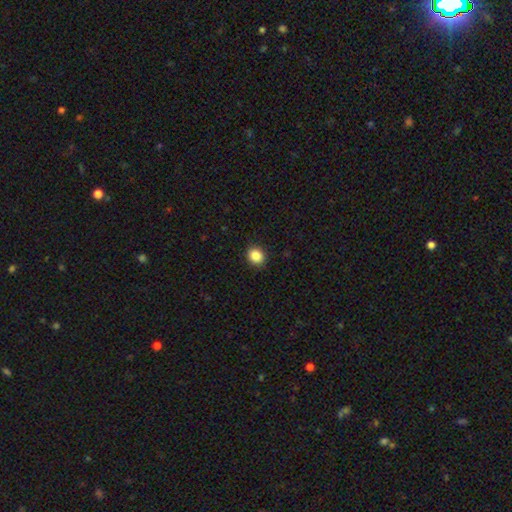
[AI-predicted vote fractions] Morphology: type=smooth (87%); roundness=round (72%); merging=none (91%).